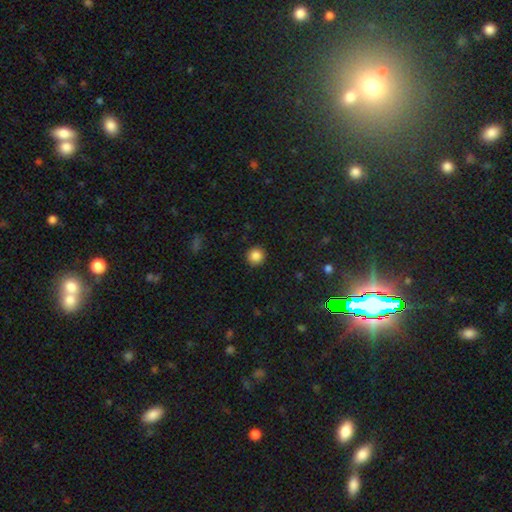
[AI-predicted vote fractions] This appears to be a smooth galaxy with no disk features (86%) that is round (94%). Merging: none (92%).